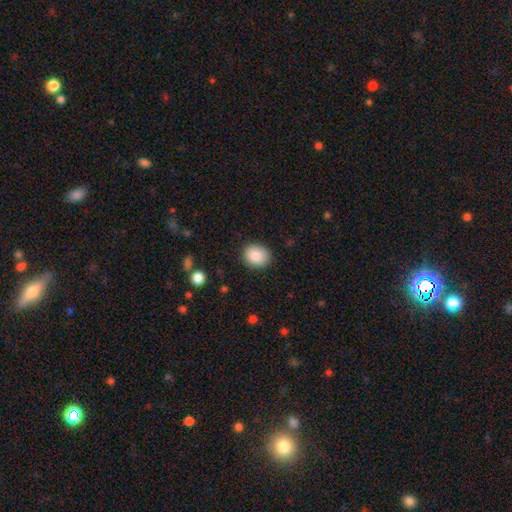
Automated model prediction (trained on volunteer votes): Smooth or featured?
  - smooth: 86% *
  - star or artifact: 8%
  - featured or disk: 6%
How rounded?
  - round: 65% *
  - in between: 34%
  - cigar-shaped: 1%
Merging?
  - none: 88% *
  - minor disturbance: 9%
  - major disturbance: 2%
  - merger: 1%